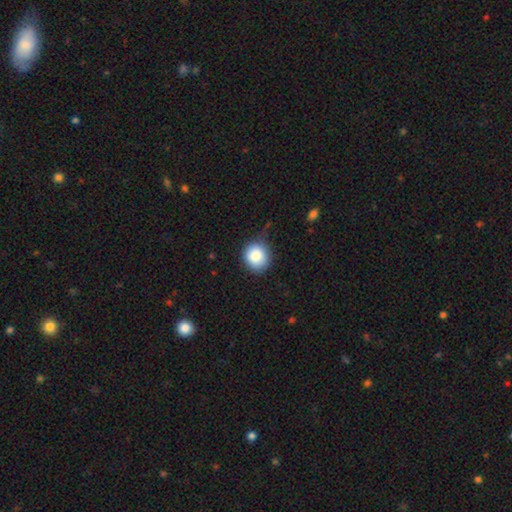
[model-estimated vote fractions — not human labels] A smooth galaxy with no disk features (86%) that is round (82%). Merging: none (73%).